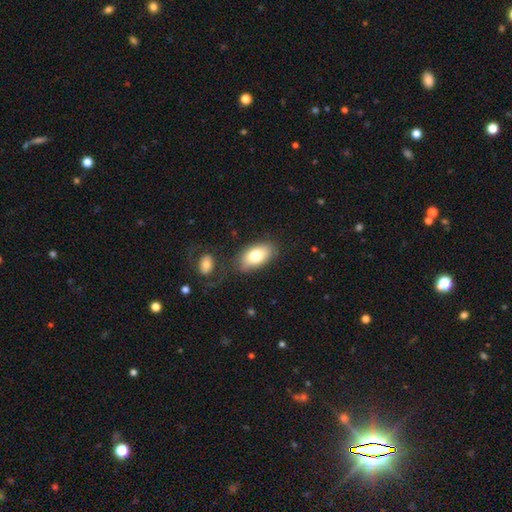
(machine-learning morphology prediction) Overall: smooth (77%). How rounded: in between (92%). Merging: none (75%).